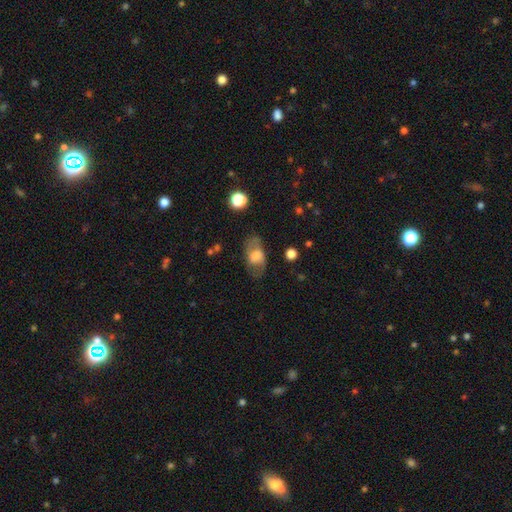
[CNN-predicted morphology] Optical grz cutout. It shows a smooth galaxy with no disk features (56%) that is in between round and cigar-shaped (86%). Merging: none (67%).